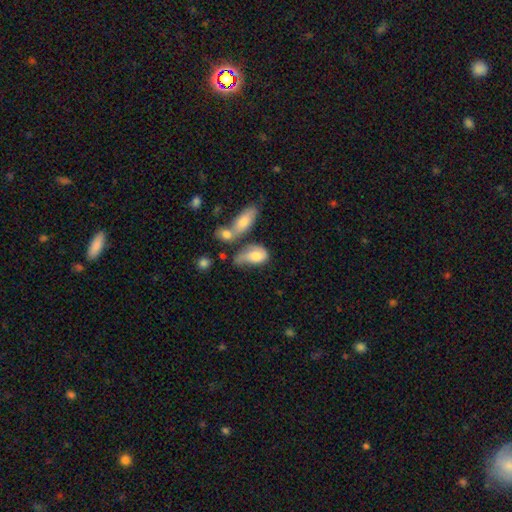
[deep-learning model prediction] The model was most divided on "merging": merger: 31%, major disturbance: 24%, none: 23%, minor disturbance: 22%. More confident: how rounded — in between (88%); smooth or featured — smooth (69%).